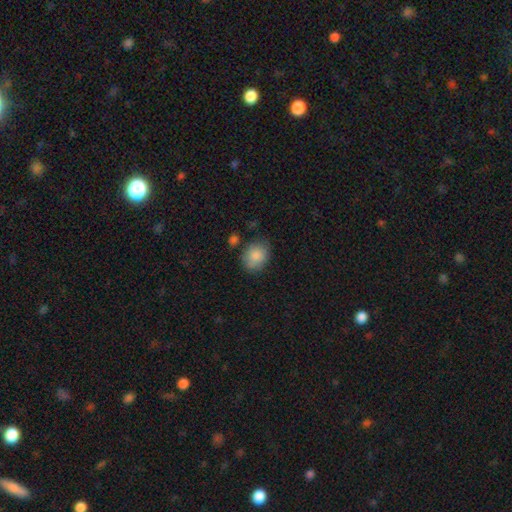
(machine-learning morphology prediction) A smooth galaxy with no disk features (86%) that is in between round and cigar-shaped (52%).

Vote fractions:
- Smooth or featured? smooth: 86% / star or artifact: 8% / featured or disk: 7%
- How rounded? in between: 52% / round: 47% / cigar-shaped: 1%
- Merging? none: 69% / minor disturbance: 20% / major disturbance: 5% / merger: 5%